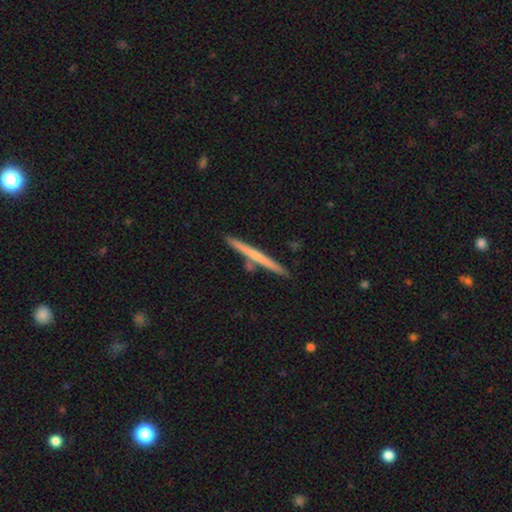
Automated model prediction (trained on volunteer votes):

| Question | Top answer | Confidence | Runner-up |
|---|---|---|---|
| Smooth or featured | smooth | 49% | featured or disk (46%) |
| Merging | none | 85% | minor disturbance (7%) |